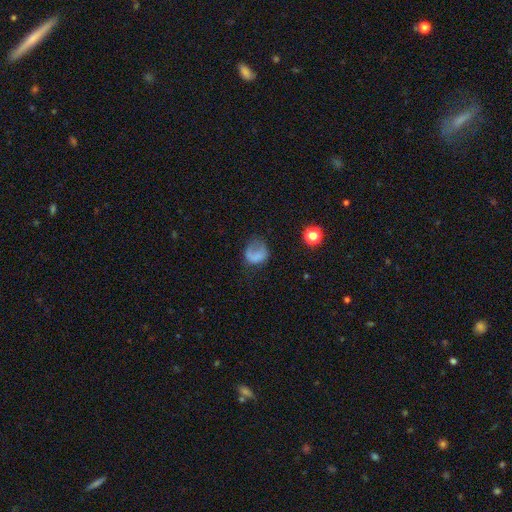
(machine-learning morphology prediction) Smooth or featured? smooth (65%)
How rounded? round (63%)
Merging? major disturbance (36%, tied with none)